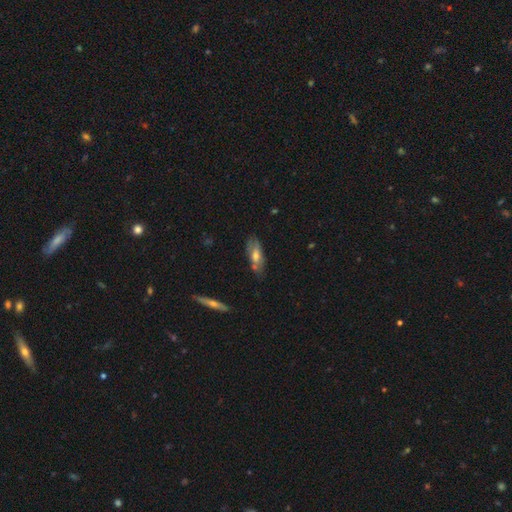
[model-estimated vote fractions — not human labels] Smooth or featured: smooth — 50% (featured or disk — 43%)
Merging: none — 67% (minor disturbance — 20%)